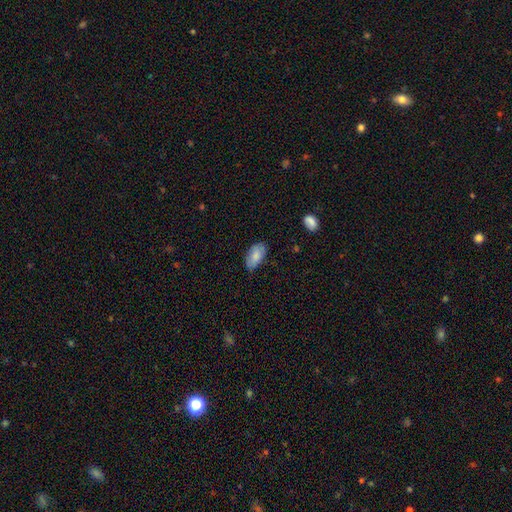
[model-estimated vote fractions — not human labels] This appears to be a smooth galaxy with no disk features (81%) that is in between round and cigar-shaped (94%). Merging: none (75%).